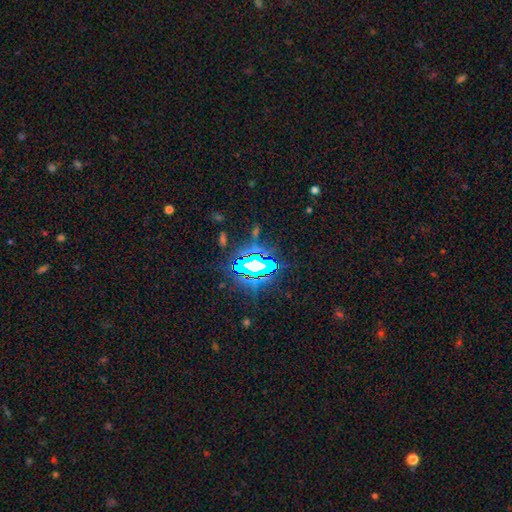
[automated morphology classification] Smooth or featured?
  - star or artifact: 73% *
  - smooth: 15%
  - featured or disk: 12%